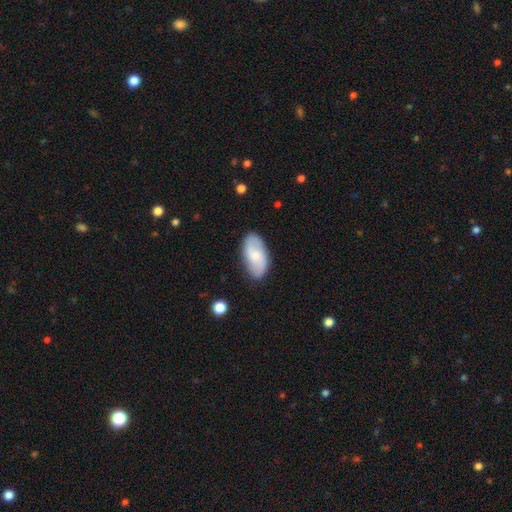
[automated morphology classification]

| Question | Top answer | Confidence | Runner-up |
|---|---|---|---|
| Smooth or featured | featured or disk | 52% | smooth (42%) |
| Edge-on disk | no | 94% | yes (6%) |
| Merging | none | 82% | minor disturbance (14%) |